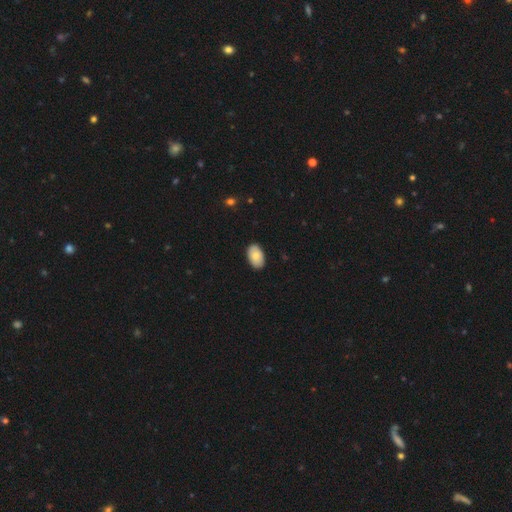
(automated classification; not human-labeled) A smooth galaxy with no disk features (82%) that is in between round and cigar-shaped (94%). Merging: none (88%).